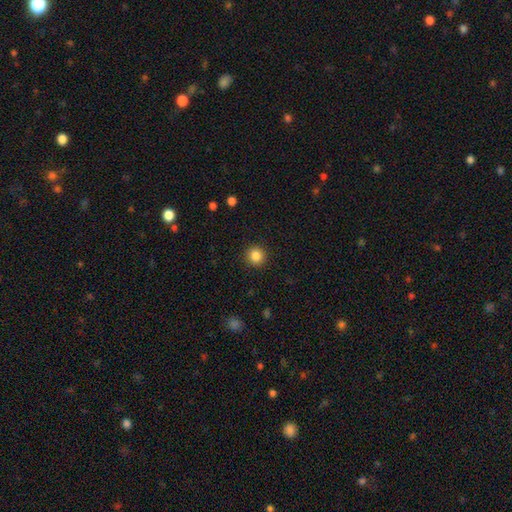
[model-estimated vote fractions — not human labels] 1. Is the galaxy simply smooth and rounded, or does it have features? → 85% smooth, 11% star or artifact, 4% featured or disk.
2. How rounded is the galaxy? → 94% round, 5% in between, 1% cigar-shaped.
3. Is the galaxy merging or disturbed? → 92% none, 5% minor disturbance, 2% major disturbance, 1% merger.